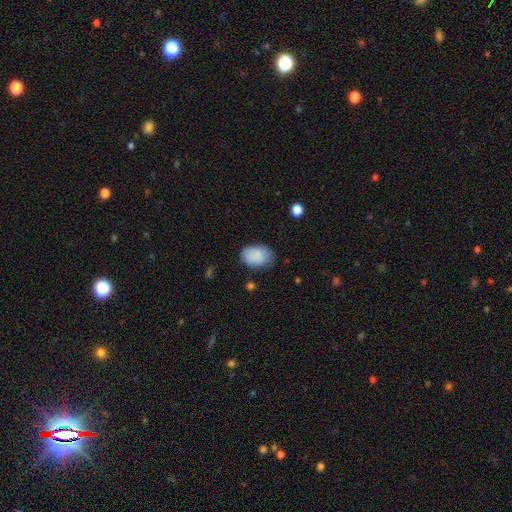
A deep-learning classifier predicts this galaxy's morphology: type=smooth (88%); roundness=in between (84%); merging=none (73%).